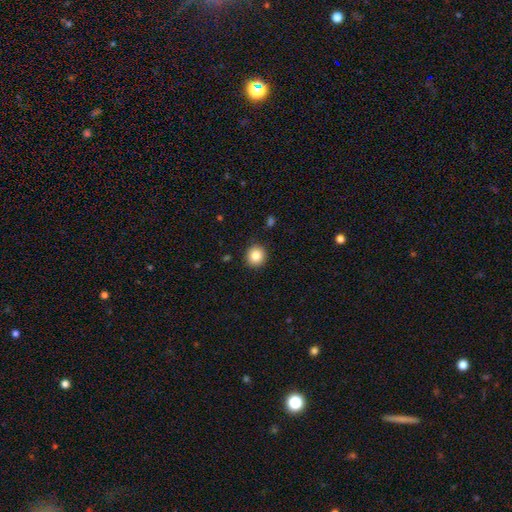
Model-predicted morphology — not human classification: Q: Smooth or featured?
A: smooth (84%); runner-up: star or artifact (10%)
Q: How rounded?
A: round (91%); runner-up: in between (8%)
Q: Merging?
A: none (91%); runner-up: minor disturbance (6%)